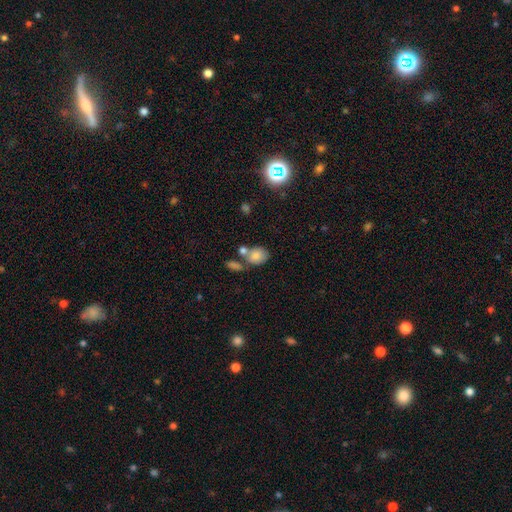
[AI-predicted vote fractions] Smooth or featured?
  - smooth: 80% *
  - featured or disk: 11%
  - star or artifact: 9%
How rounded?
  - in between: 61% *
  - round: 38%
  - cigar-shaped: 1%
Merging?
  - none: 45% *
  - merger: 35%
  - minor disturbance: 14%
  - major disturbance: 6%